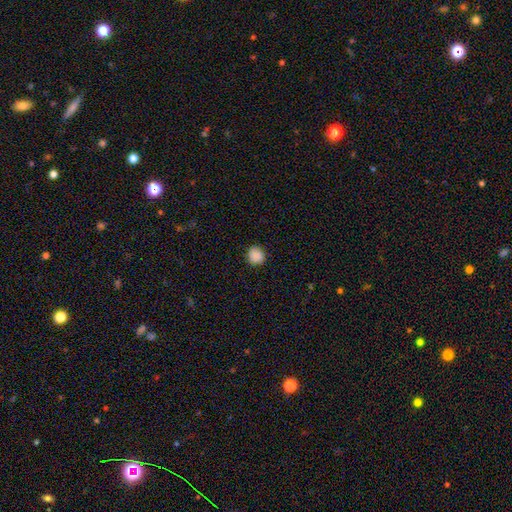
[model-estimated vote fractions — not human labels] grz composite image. It shows a smooth galaxy with no disk features (88%) that is round (87%). Merging: none (87%).